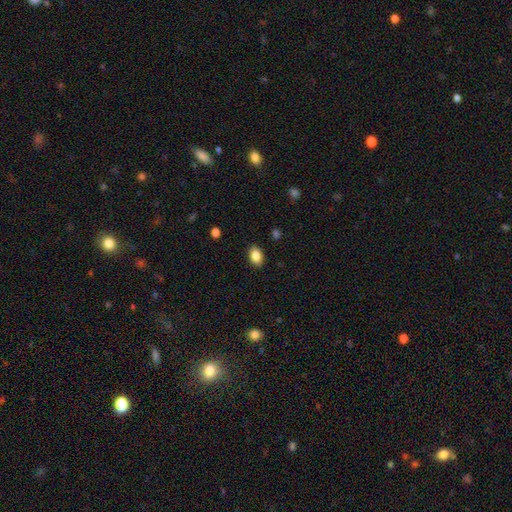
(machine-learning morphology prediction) The model was most divided on "how rounded": in between: 83%, round: 16%, cigar-shaped: 1%. More confident: merging — none (89%); smooth or featured — smooth (85%).